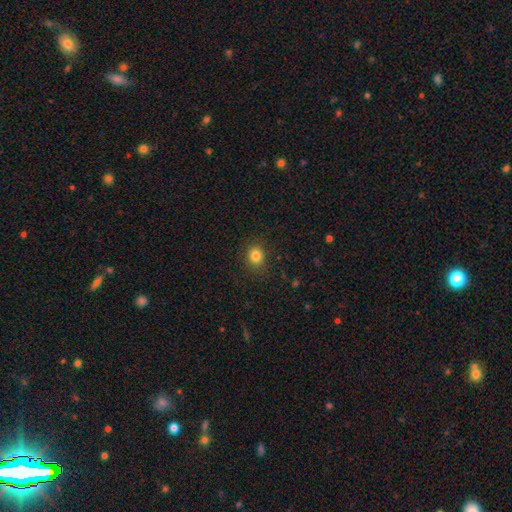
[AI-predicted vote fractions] smooth 83%, star or artifact 12%, featured or disk 5%. Down the decision tree: how rounded — round (68%); merging — none (88%).